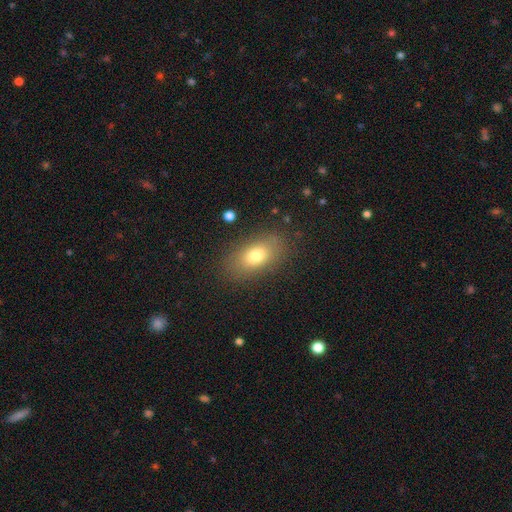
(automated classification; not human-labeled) Q: Smooth or featured?
A: smooth (75%); runner-up: featured or disk (14%)
Q: How rounded?
A: in between (86%); runner-up: round (10%)
Q: Merging?
A: none (84%); runner-up: minor disturbance (10%)